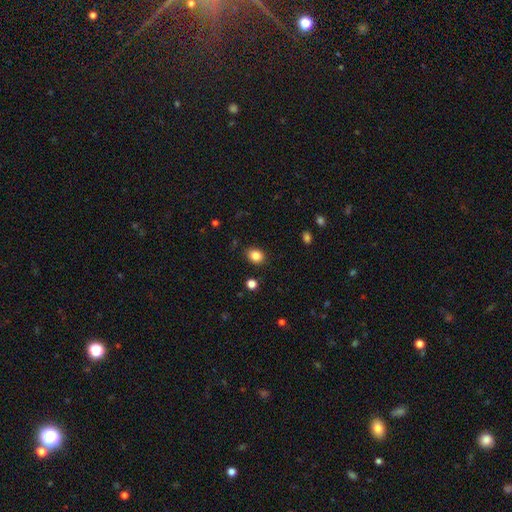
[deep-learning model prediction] This appears to be a smooth galaxy with no disk features (84%) that is round (53%). Merging: none (87%).